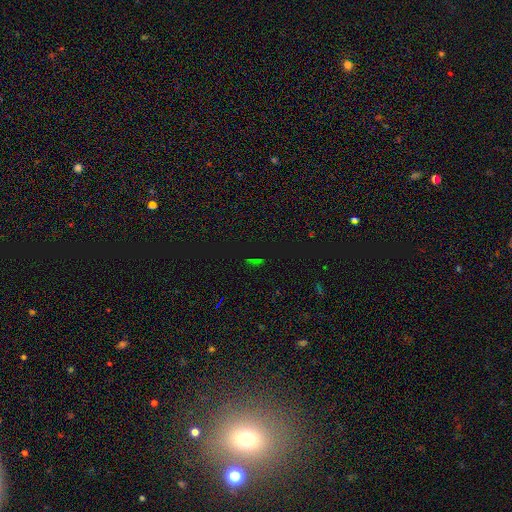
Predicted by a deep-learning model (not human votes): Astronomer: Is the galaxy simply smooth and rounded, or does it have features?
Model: star or artifact — 60%.